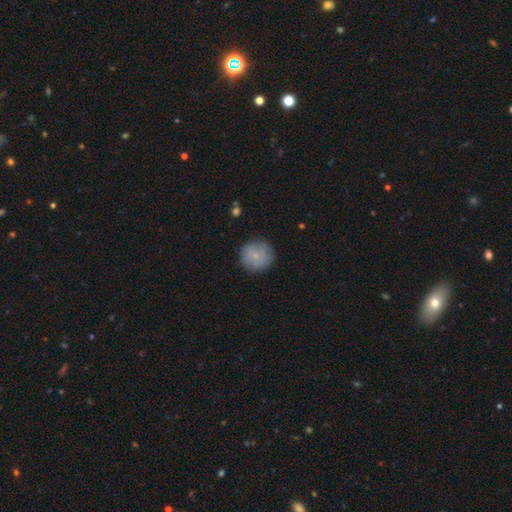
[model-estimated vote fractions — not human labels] Smooth or featured: smooth — 70% (featured or disk — 22%)
How rounded: round — 92% (in between — 6%)
Merging: none — 82% (minor disturbance — 13%)